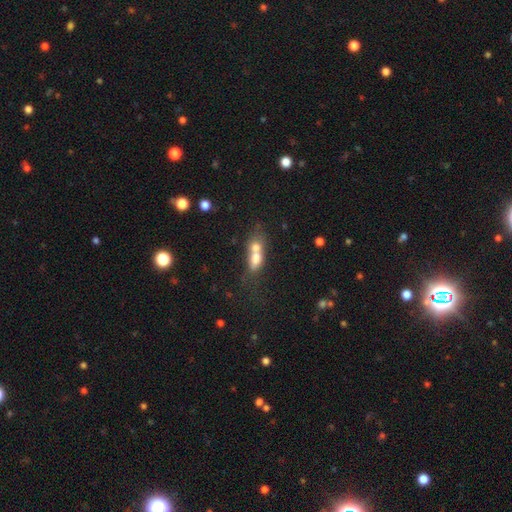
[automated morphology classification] Q: Smooth or featured?
A: smooth (65%); runner-up: featured or disk (25%)
Q: How rounded?
A: in between (64%); runner-up: round (23%)
Q: Merging?
A: merger (69%); runner-up: none (17%)